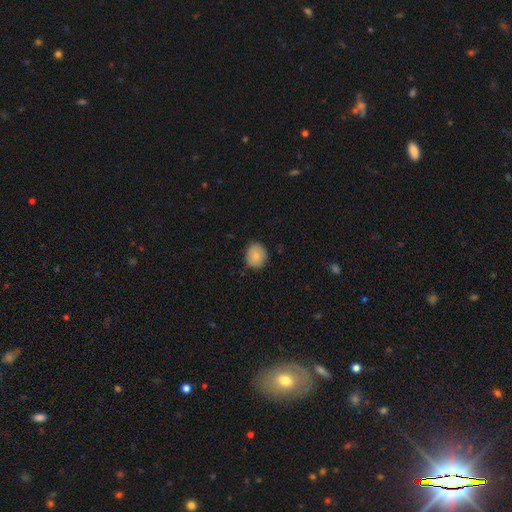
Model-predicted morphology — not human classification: Q: Smooth or featured?
A: smooth (83%); runner-up: featured or disk (9%)
Q: How rounded?
A: round (79%); runner-up: in between (20%)
Q: Merging?
A: none (80%); runner-up: minor disturbance (16%)